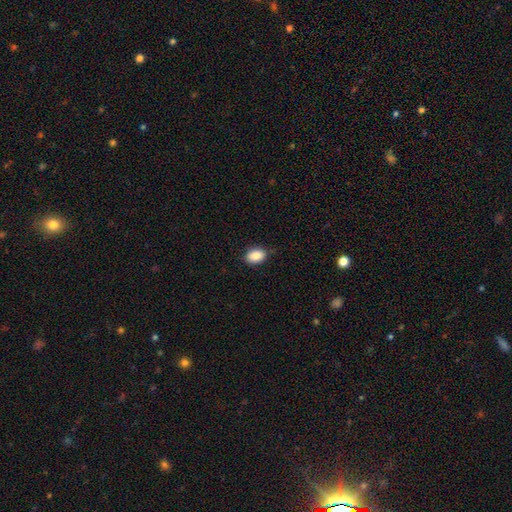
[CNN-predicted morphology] type=smooth (88%); roundness=in between (84%); merging=none (81%).